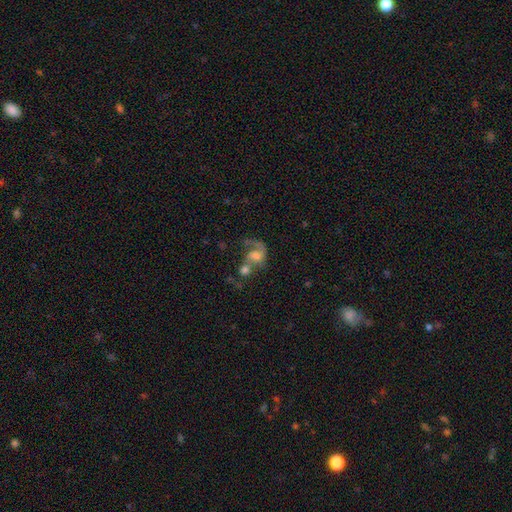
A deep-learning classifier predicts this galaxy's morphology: smooth_or_featured: featured or disk (p=0.58) [alt: smooth p=0.32]
disk_edge_on: no (p=0.97) [alt: yes p=0.03]
bar: no (p=0.66) [alt: weak p=0.27]
has_spiral_arms: yes (p=0.81) [alt: no p=0.19]
bulge_size: moderate (p=0.35) [alt: large p=0.23]
merging: merger (p=0.53) [alt: major disturbance p=0.21]